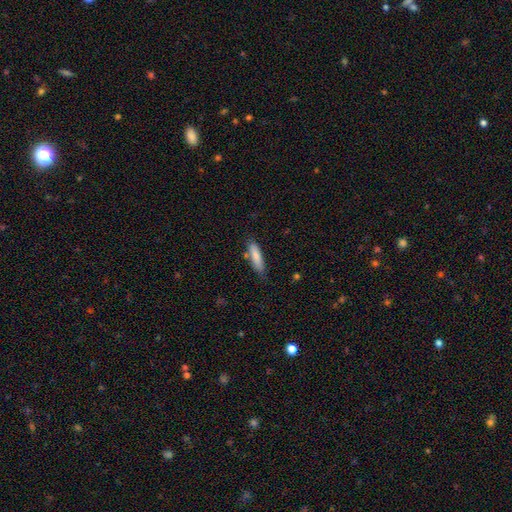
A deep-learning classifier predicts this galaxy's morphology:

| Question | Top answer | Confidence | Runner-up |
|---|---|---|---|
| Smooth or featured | smooth | 82% | featured or disk (12%) |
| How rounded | cigar-shaped | 68% | in between (30%) |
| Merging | none | 74% | minor disturbance (17%) |